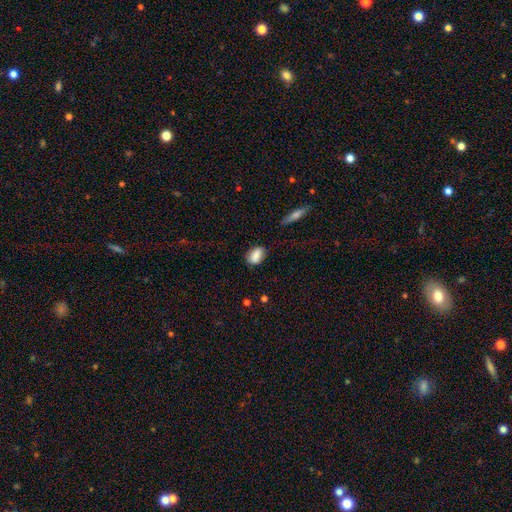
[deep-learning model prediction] This is clearly a smooth galaxy (85%). How rounded: clearly in between (85%). Merging: likely none (75%).